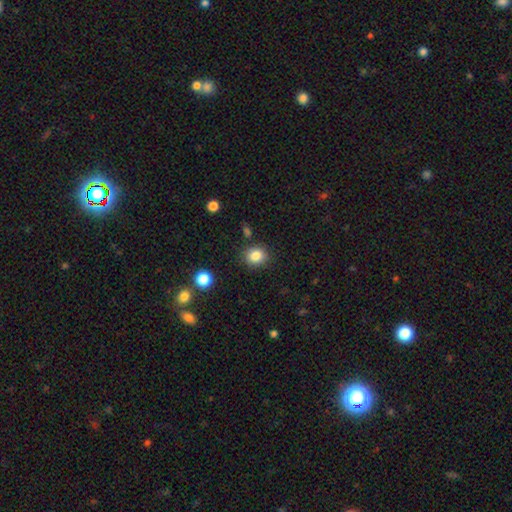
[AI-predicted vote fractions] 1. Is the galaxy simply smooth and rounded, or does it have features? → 84% smooth, 10% star or artifact, 6% featured or disk.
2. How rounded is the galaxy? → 73% round, 26% in between, 1% cigar-shaped.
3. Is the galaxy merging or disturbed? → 85% none, 9% minor disturbance, 3% merger, 3% major disturbance.